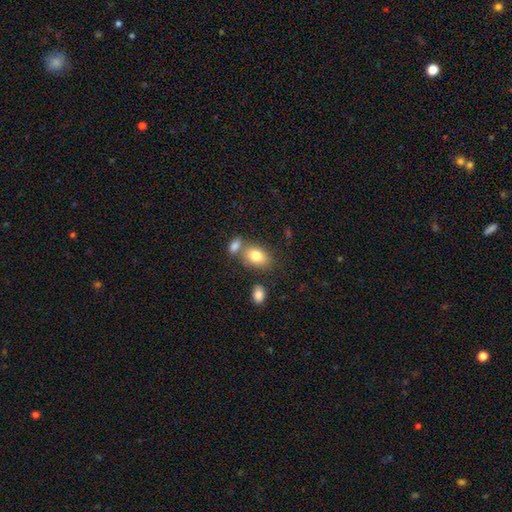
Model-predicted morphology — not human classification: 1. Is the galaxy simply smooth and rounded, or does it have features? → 81% smooth, 10% featured or disk, 8% star or artifact.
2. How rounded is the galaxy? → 79% in between, 19% round, 1% cigar-shaped.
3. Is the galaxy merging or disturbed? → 53% none, 29% merger, 13% minor disturbance, 5% major disturbance.